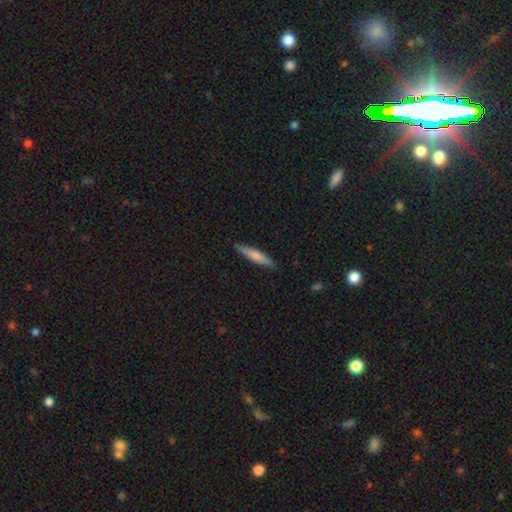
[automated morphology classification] The model was most divided on "smooth or featured": smooth: 71%, featured or disk: 24%, star or artifact: 5%. More confident: how rounded — cigar-shaped (90%); merging — none (89%).